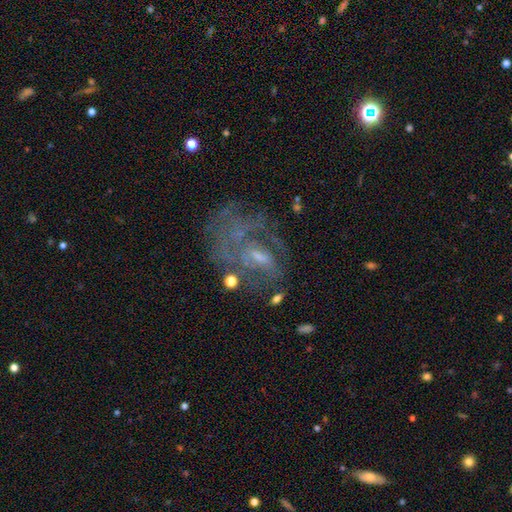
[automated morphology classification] Smooth or featured? featured or disk (70%)
Edge-on disk? no (97%)
Bar? no (57%)
Spiral arms? yes (57%)
Bulge size? small (45%)
Merging? none (42%)